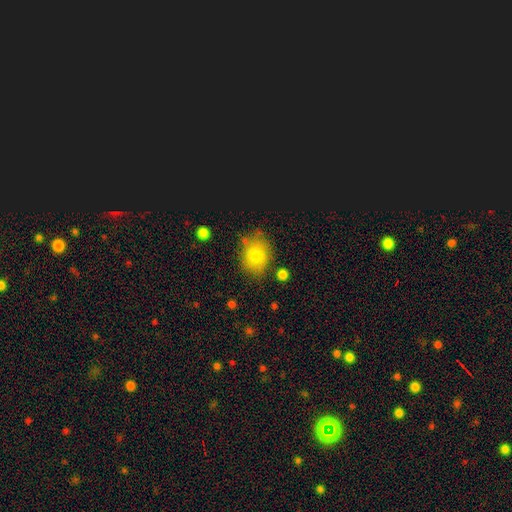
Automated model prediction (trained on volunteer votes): The model was most divided on "how rounded": in between: 64%, round: 35%, cigar-shaped: 1%. More confident: smooth or featured — smooth (76%); merging — none (65%).